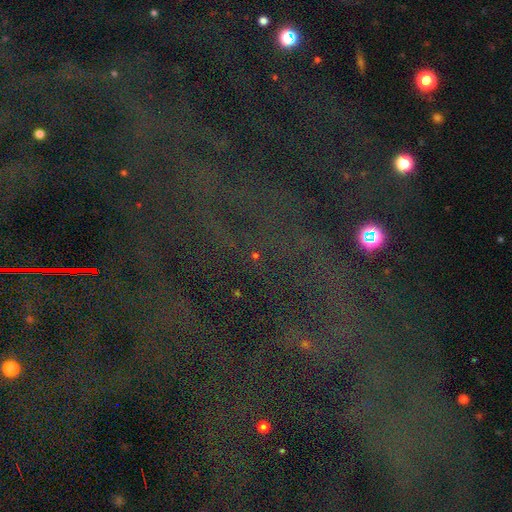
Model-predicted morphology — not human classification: A star or artifact, not a galaxy (80%).